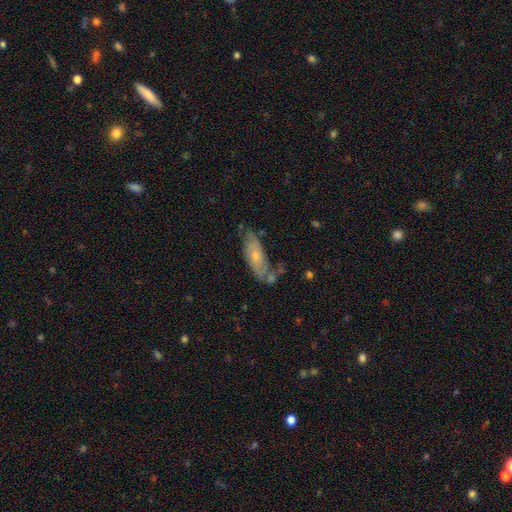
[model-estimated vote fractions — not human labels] smooth-or-featured: smooth: 47% | featured or disk: 46% | star or artifact: 7%
  merging: none: 50% | minor disturbance: 26% | merger: 13% | major disturbance: 11%